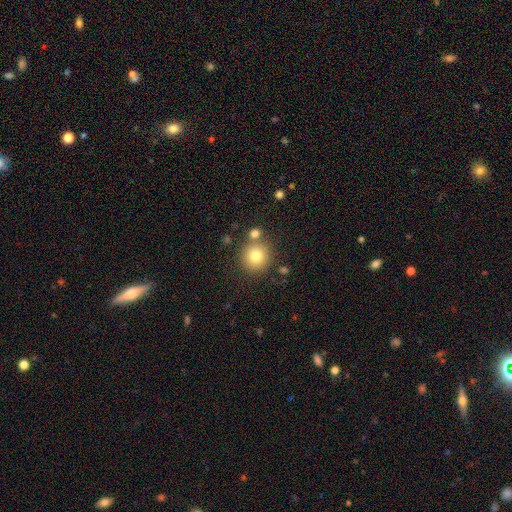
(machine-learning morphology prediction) Smooth or featured?
  - smooth: 78% *
  - star or artifact: 12%
  - featured or disk: 10%
How rounded?
  - round: 93% *
  - in between: 6%
  - cigar-shaped: 1%
Merging?
  - none: 76% *
  - merger: 13%
  - minor disturbance: 9%
  - major disturbance: 3%